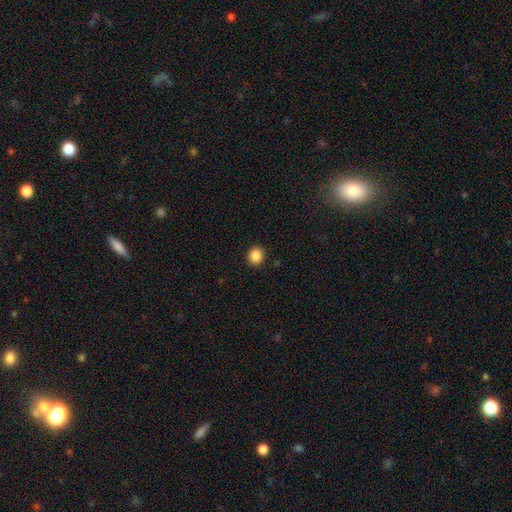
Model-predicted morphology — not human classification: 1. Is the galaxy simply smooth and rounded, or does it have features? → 88% smooth, 9% star or artifact, 3% featured or disk.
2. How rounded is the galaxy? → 83% round, 16% in between, 1% cigar-shaped.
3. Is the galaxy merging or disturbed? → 92% none, 5% minor disturbance, 2% major disturbance, 1% merger.